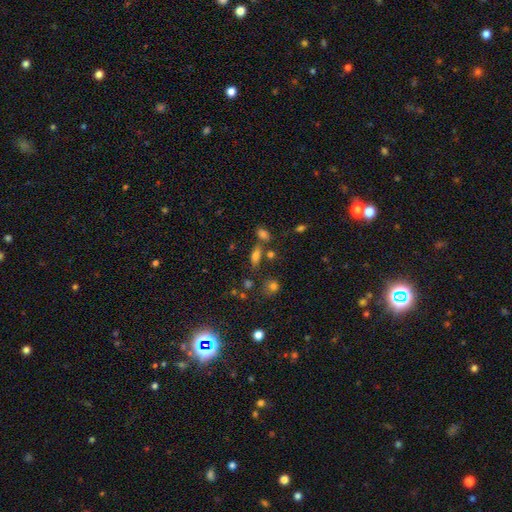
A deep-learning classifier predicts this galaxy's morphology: Q: Smooth or featured?
A: smooth (65%); runner-up: star or artifact (18%)
Q: How rounded?
A: in between (68%); runner-up: cigar-shaped (23%)
Q: Merging?
A: none (65%); runner-up: merger (18%)